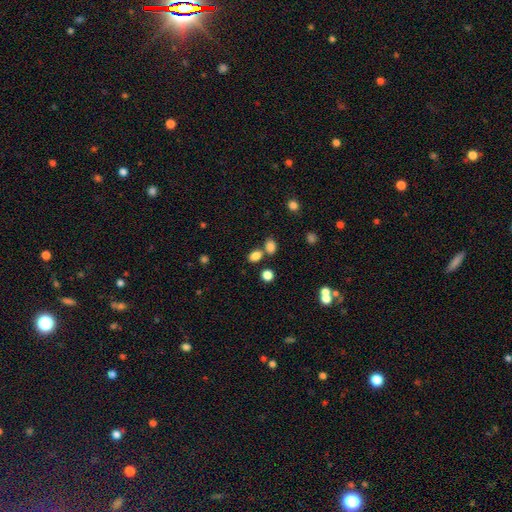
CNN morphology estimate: This is clearly a smooth galaxy (82%). How rounded: likely in between (74%). Merging: possibly none (58%).